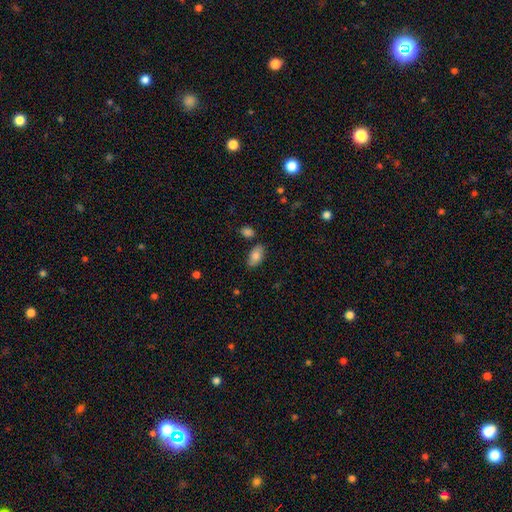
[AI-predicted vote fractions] smooth-or-featured: smooth: 79% | featured or disk: 13% | star or artifact: 7%
  how-rounded: in between: 93% | round: 4% | cigar-shaped: 3%
  merging: none: 80% | minor disturbance: 13% | merger: 4% | major disturbance: 3%